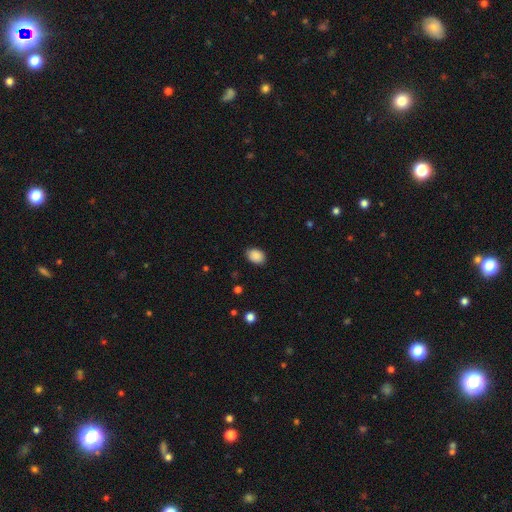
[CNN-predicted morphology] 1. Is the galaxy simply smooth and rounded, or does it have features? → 89% smooth, 8% star or artifact, 3% featured or disk.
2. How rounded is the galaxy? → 73% in between, 26% round, 1% cigar-shaped.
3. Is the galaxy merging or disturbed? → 86% none, 10% minor disturbance, 2% major disturbance, 1% merger.